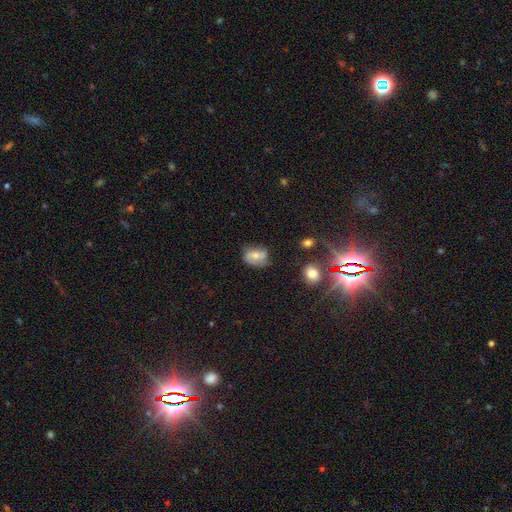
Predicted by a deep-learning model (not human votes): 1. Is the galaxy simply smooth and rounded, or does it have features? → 49% featured or disk, 41% smooth, 10% star or artifact.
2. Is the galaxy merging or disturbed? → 61% none, 27% minor disturbance, 9% major disturbance, 3% merger.